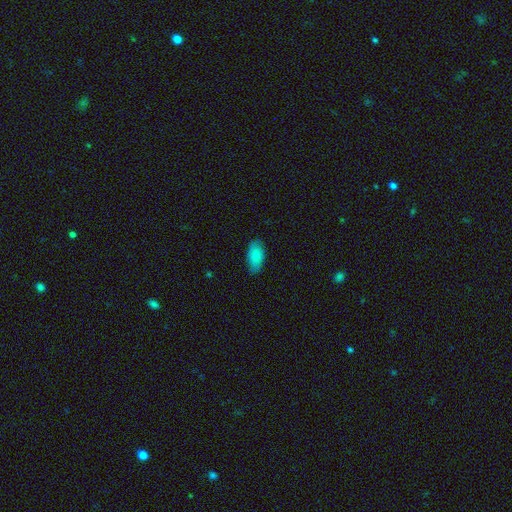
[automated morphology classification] Smooth or featured?
  - smooth: 86% *
  - featured or disk: 8%
  - star or artifact: 6%
How rounded?
  - in between: 92% *
  - cigar-shaped: 6%
  - round: 2%
Merging?
  - none: 81% *
  - minor disturbance: 15%
  - major disturbance: 3%
  - merger: 1%